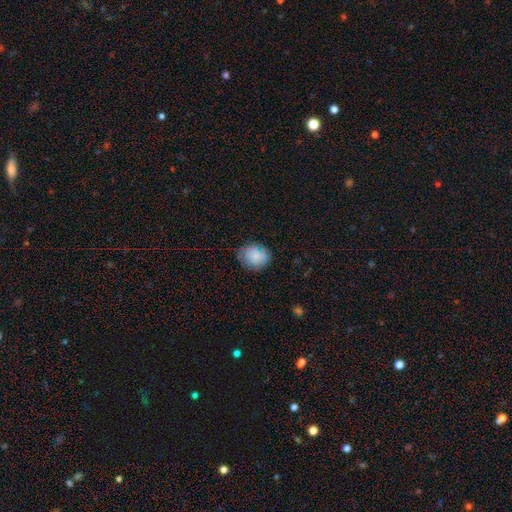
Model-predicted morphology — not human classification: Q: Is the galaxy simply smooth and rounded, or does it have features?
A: smooth — 82%.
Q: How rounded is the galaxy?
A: round — 56%.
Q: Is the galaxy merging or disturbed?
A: none — 74%.